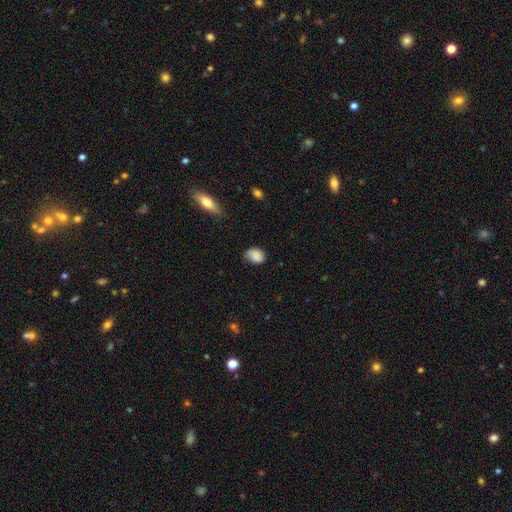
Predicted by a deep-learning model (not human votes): This appears to be a smooth galaxy with no disk features (84%) that is in between round and cigar-shaped (64%). Merging: none (61%).